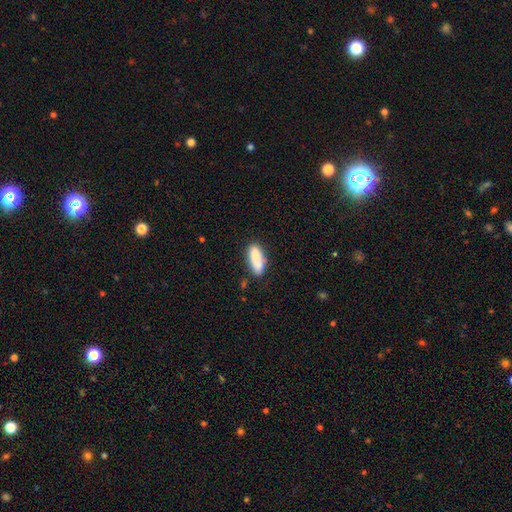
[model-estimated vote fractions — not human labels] A smooth galaxy with no disk features (83%) that is in between round and cigar-shaped (76%). Merging: none (67%).